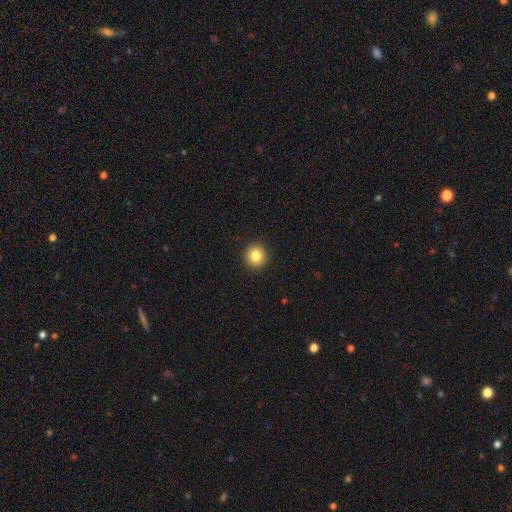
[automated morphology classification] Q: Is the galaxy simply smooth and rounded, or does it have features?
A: smooth — 84%.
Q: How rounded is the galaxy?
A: round — 93%.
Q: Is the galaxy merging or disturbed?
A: none — 93%.